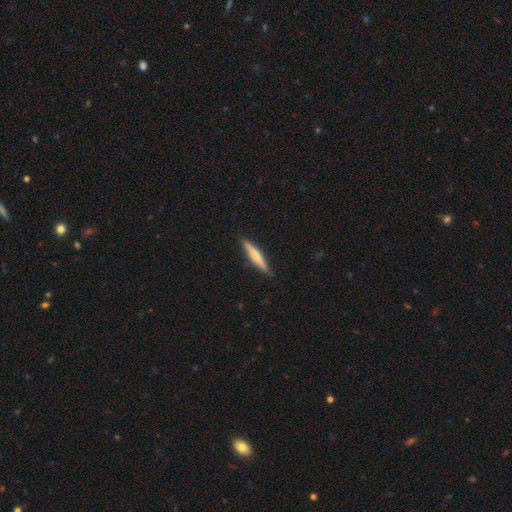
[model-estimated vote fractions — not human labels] Q: Smooth or featured?
A: smooth (57%); runner-up: featured or disk (38%)
Q: How rounded?
A: cigar-shaped (92%); runner-up: in between (6%)
Q: Merging?
A: none (89%); runner-up: minor disturbance (8%)